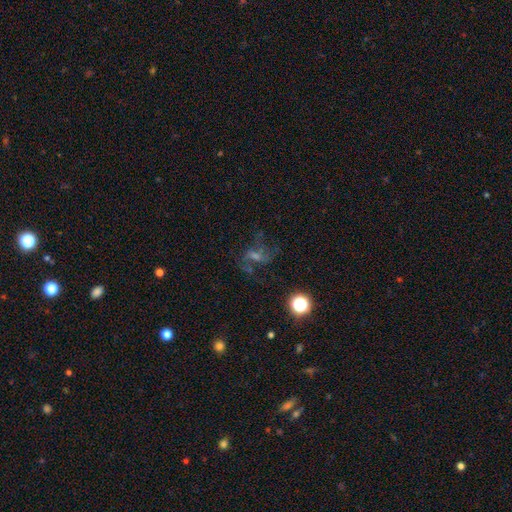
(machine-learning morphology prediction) Smooth or featured? featured or disk (47%)
Merging? none (54%)